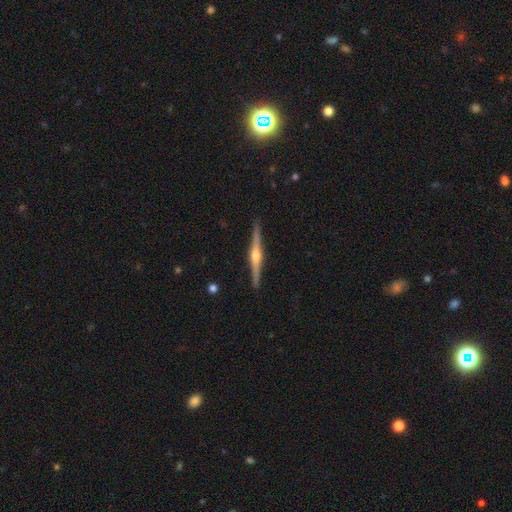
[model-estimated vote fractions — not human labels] Smooth or featured: featured or disk — 81% (smooth — 14%)
Edge-on disk: yes — 99% (no — 1%)
Edge-on bulge: rounded — 92% (boxy — 5%)
Merging: none — 92% (minor disturbance — 6%)